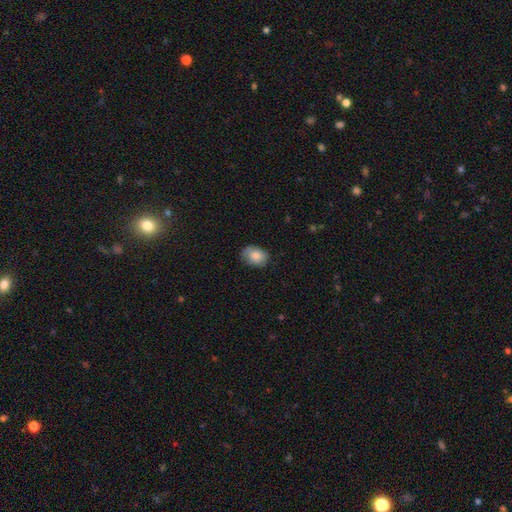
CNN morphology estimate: Smooth or featured: smooth — 83% (featured or disk — 10%)
How rounded: in between — 75% (round — 24%)
Merging: none — 76% (minor disturbance — 19%)